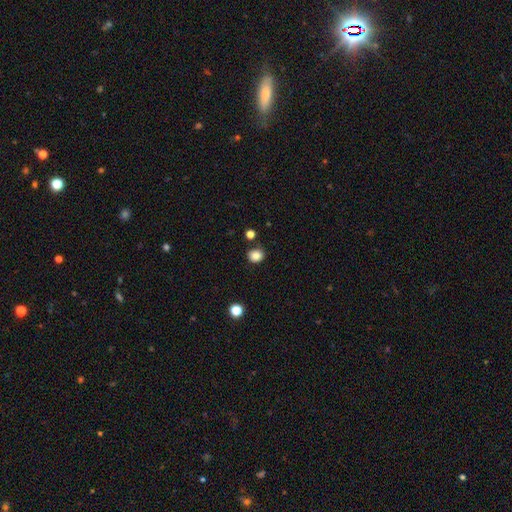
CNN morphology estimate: Overall: smooth (85%). How rounded: round (79%). Merging: none (84%).